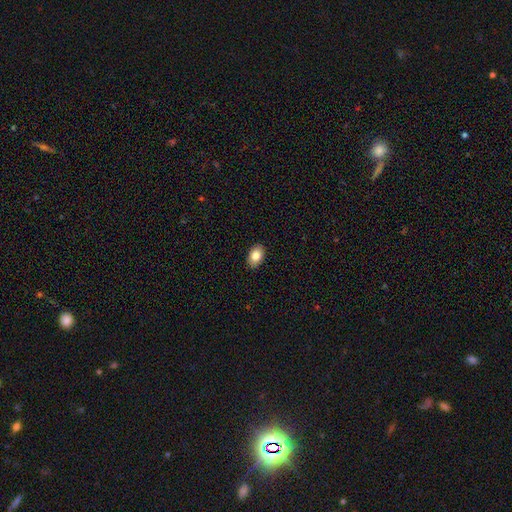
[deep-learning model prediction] Morphology: type=smooth (82%); roundness=in between (88%); merging=none (90%).